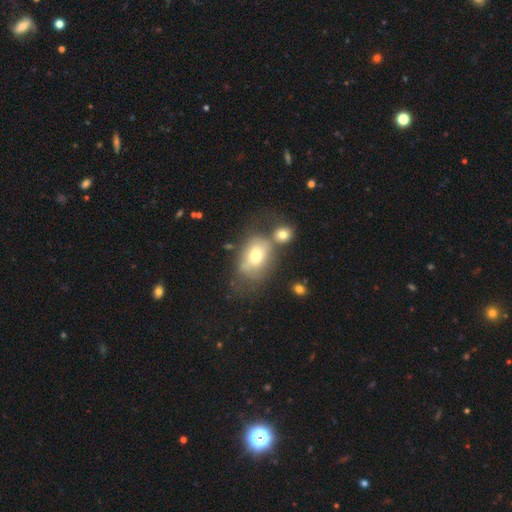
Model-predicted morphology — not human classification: smooth-or-featured: smooth: 63% | featured or disk: 27% | star or artifact: 10%
  how-rounded: in between: 77% | round: 21% | cigar-shaped: 2%
  merging: none: 33% | merger: 29% | minor disturbance: 21% | major disturbance: 18%